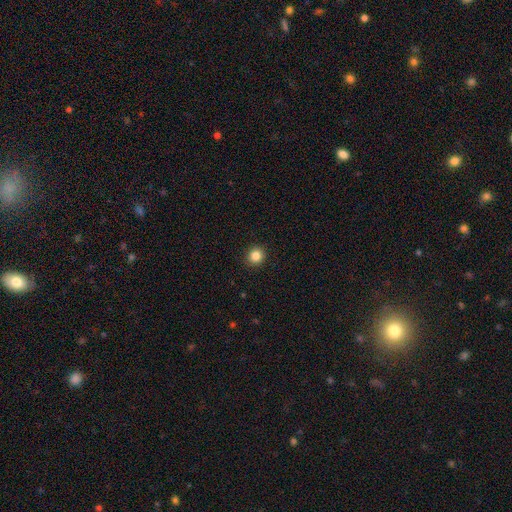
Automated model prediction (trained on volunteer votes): The model was most divided on "smooth or featured": smooth: 85%, star or artifact: 11%, featured or disk: 4%. More confident: merging — none (92%); how rounded — round (91%).